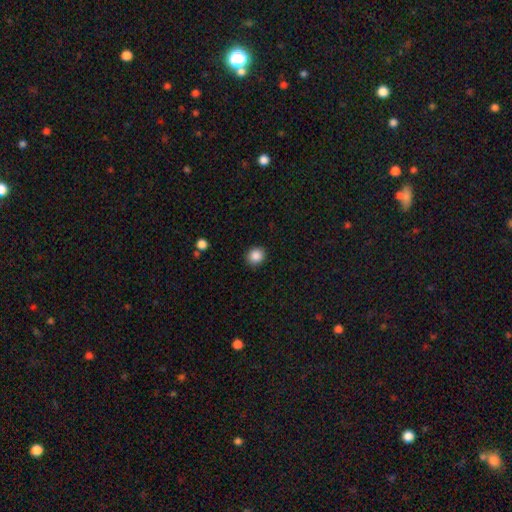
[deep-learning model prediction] A smooth galaxy with no disk features (87%) that is round (86%).

Vote fractions:
- Smooth or featured? smooth: 87% / star or artifact: 9% / featured or disk: 3%
- How rounded? round: 86% / in between: 13% / cigar-shaped: 1%
- Merging? none: 90% / minor disturbance: 7% / major disturbance: 2% / merger: 1%